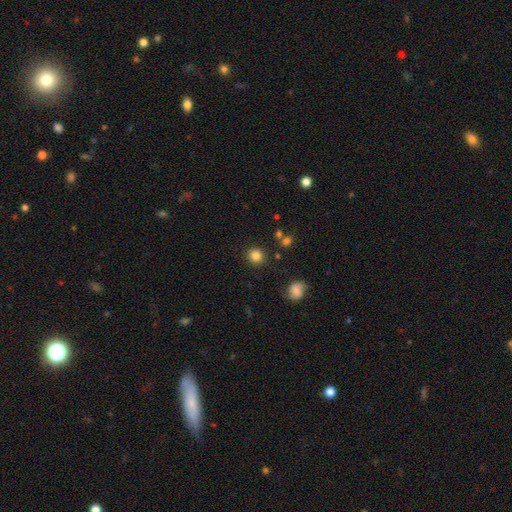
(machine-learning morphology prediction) Overall: smooth (84%). How rounded: round (89%). Merging: none (87%).